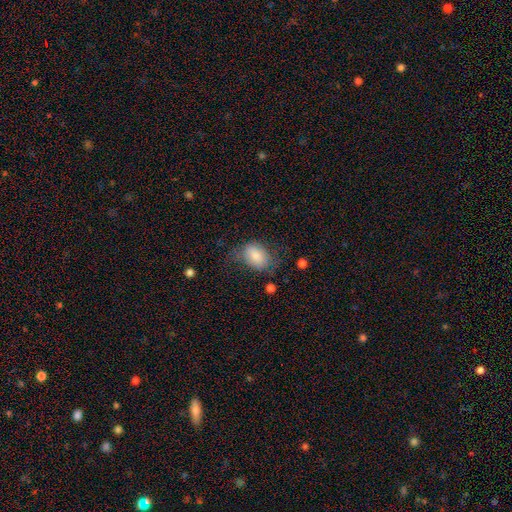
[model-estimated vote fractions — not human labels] Smooth or featured? smooth (79%)
How rounded? in between (77%)
Merging? none (52%)